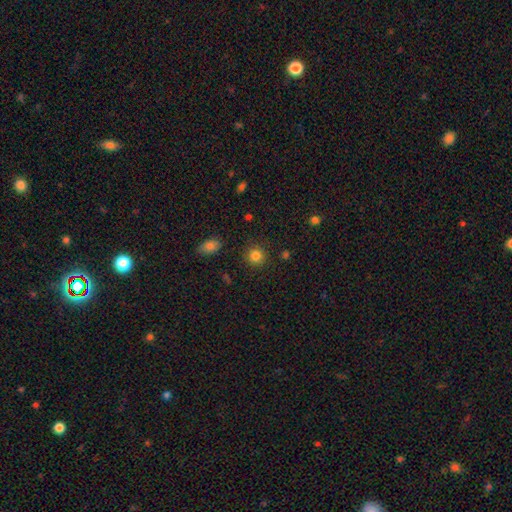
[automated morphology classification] This appears to be a smooth galaxy with no disk features (83%) that is round (92%). Merging: none (90%).